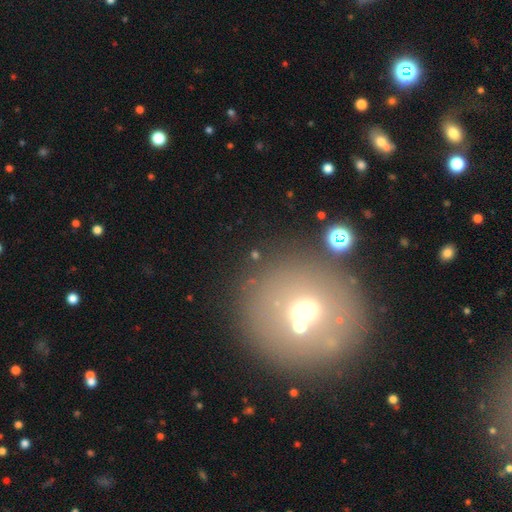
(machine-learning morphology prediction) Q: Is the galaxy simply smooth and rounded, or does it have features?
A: smooth — 42%.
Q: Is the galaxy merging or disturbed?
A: none — 73%.